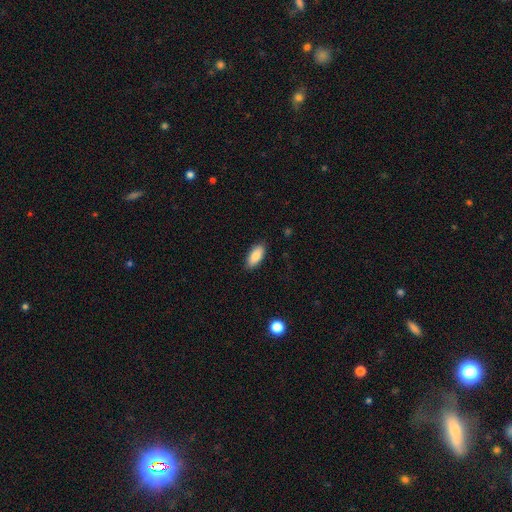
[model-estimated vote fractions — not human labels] This appears to be a smooth galaxy with no disk features (87%) that is in between round and cigar-shaped (88%). Merging: none (86%).